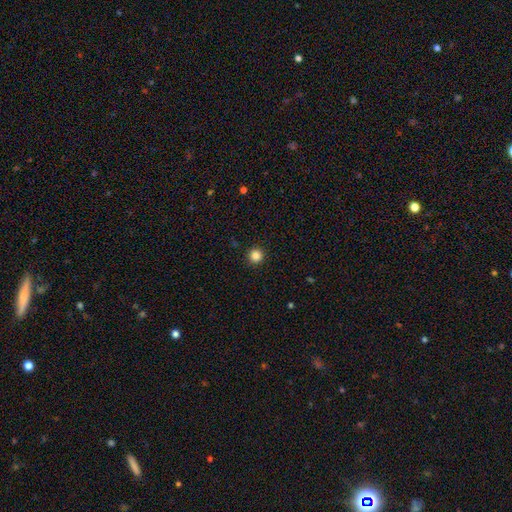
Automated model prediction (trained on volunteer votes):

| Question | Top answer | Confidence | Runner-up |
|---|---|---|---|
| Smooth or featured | smooth | 85% | star or artifact (11%) |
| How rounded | round | 96% | in between (3%) |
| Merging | none | 93% | minor disturbance (4%) |